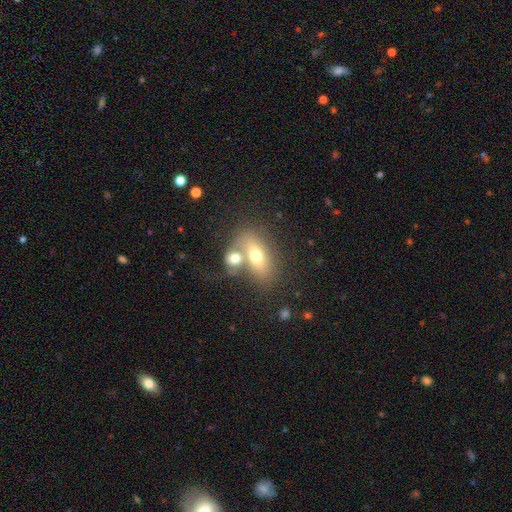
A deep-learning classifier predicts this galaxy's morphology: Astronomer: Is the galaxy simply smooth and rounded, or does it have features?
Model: smooth — 61%.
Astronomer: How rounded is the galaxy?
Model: in between — 79%.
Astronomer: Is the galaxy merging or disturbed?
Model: merger — 46% (runner-up: none, 37%).